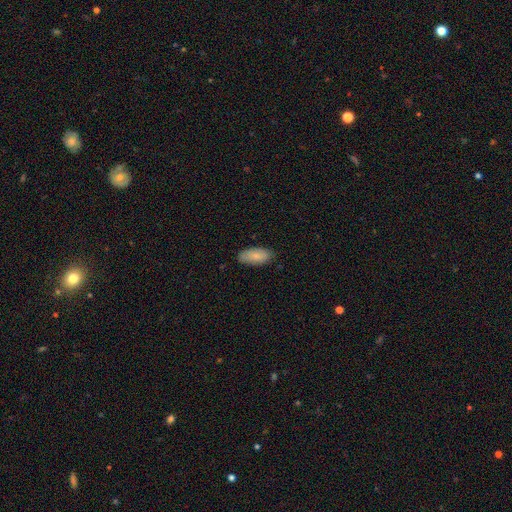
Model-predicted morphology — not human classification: Smooth or featured: smooth — 84% (featured or disk — 10%)
How rounded: in between — 91% (cigar-shaped — 7%)
Merging: none — 83% (minor disturbance — 13%)